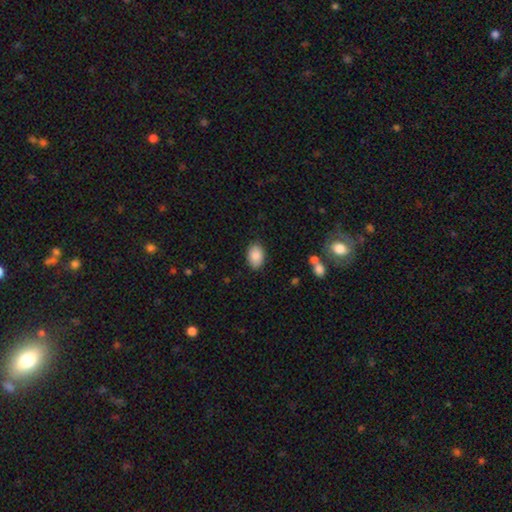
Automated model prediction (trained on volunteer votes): smooth-or-featured: smooth: 87% | star or artifact: 7% | featured or disk: 6%
  how-rounded: in between: 85% | round: 14% | cigar-shaped: 1%
  merging: none: 86% | minor disturbance: 11% | major disturbance: 2% | merger: 1%